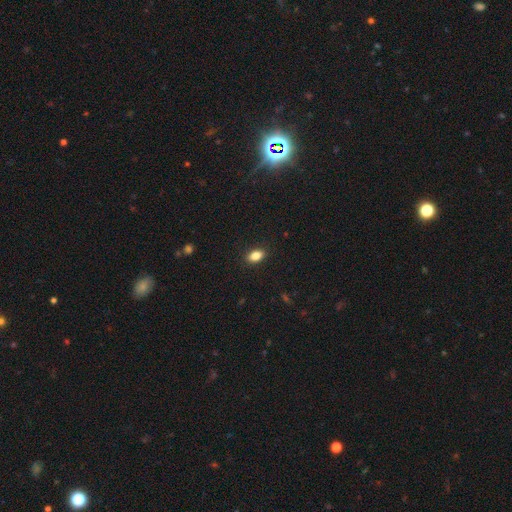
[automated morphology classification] smooth_or_featured: smooth (p=0.85) [alt: star or artifact p=0.09]
how_rounded: in between (p=0.87) [alt: round p=0.10]
merging: none (p=0.89) [alt: minor disturbance p=0.08]